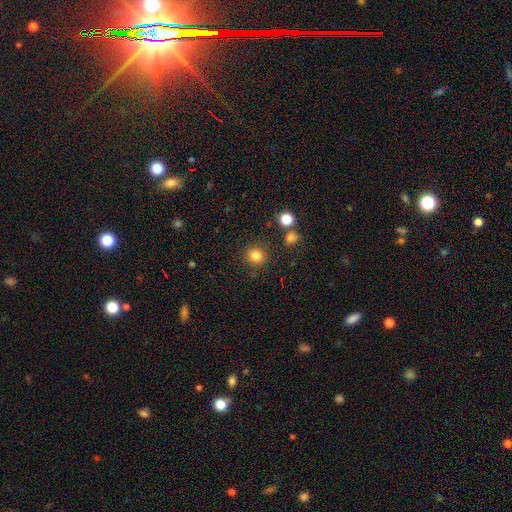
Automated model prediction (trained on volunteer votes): A smooth galaxy with no disk features (82%) that is round (87%).

Vote fractions:
- Smooth or featured? smooth: 82% / star or artifact: 13% / featured or disk: 5%
- How rounded? round: 87% / in between: 12% / cigar-shaped: 1%
- Merging? none: 86% / minor disturbance: 8% / merger: 3% / major disturbance: 3%